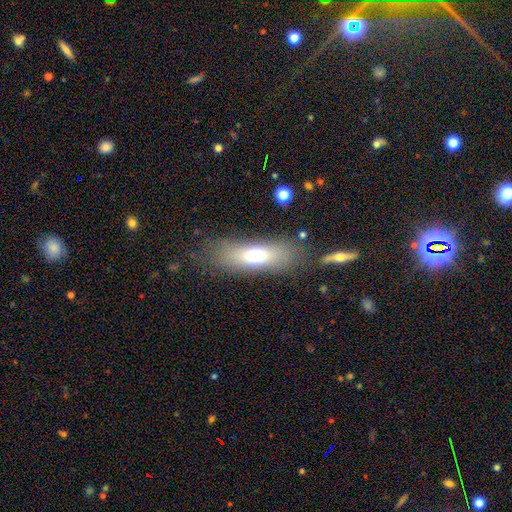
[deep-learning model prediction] smooth 66%, featured or disk 24%, star or artifact 10%. Down the decision tree: how rounded — in between (58%); merging — none (77%).